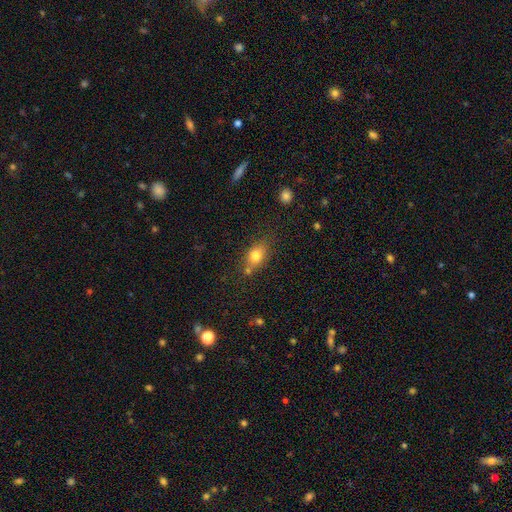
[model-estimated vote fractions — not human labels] Smooth or featured? smooth (78%)
How rounded? in between (73%)
Merging? none (62%)